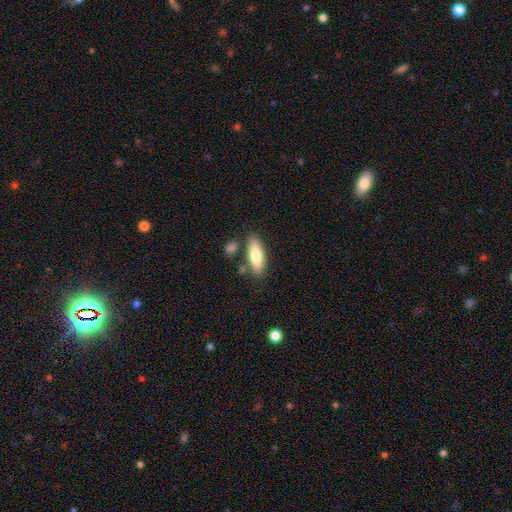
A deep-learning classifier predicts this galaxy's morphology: Smooth or featured?
  - smooth: 79% *
  - featured or disk: 15%
  - star or artifact: 6%
How rounded?
  - in between: 61% *
  - cigar-shaped: 37%
  - round: 2%
Merging?
  - none: 76% *
  - minor disturbance: 13%
  - merger: 8%
  - major disturbance: 3%